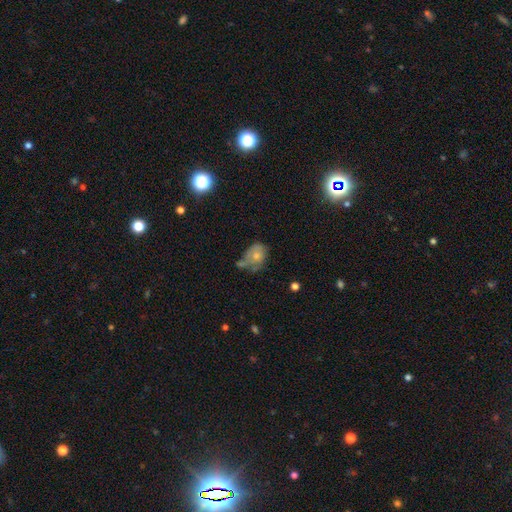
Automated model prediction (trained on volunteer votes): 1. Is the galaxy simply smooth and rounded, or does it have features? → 60% smooth, 31% featured or disk, 10% star or artifact.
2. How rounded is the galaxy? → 65% in between, 33% round, 1% cigar-shaped.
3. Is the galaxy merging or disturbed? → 29% minor disturbance (tied), 29% none (tied), 22% merger, 20% major disturbance.